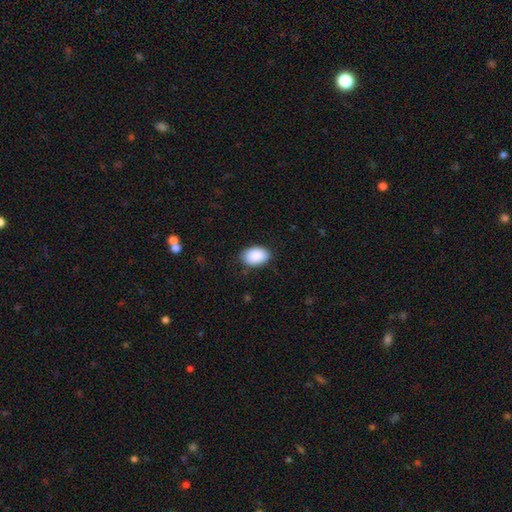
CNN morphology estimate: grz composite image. It shows a smooth galaxy with no disk features (90%) that is in between round and cigar-shaped (90%). Merging: none (82%).